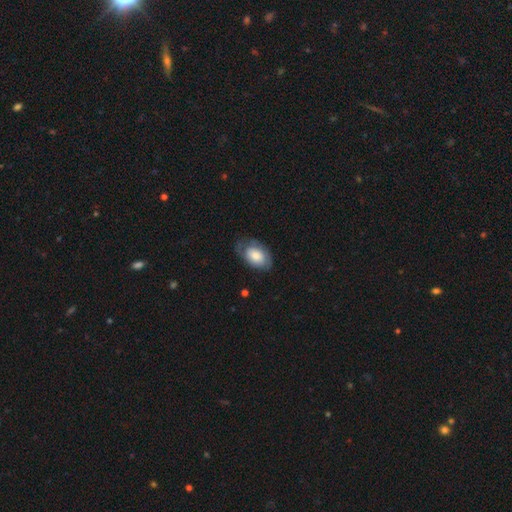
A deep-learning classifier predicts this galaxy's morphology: Q: Smooth or featured?
A: smooth (64%); runner-up: featured or disk (29%)
Q: How rounded?
A: in between (89%); runner-up: round (10%)
Q: Merging?
A: none (57%); runner-up: minor disturbance (29%)